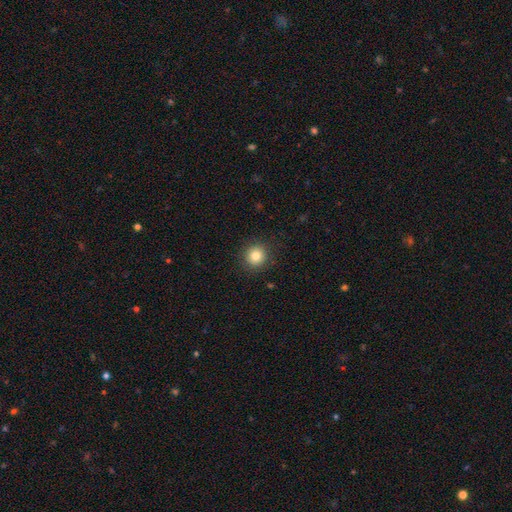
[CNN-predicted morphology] type=smooth (82%); roundness=round (92%); merging=none (91%).